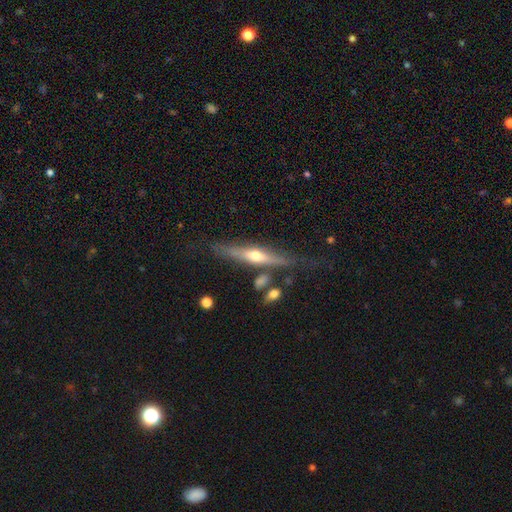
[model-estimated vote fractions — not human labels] featured or disk 64%, smooth 29%, star or artifact 6%. Down the decision tree: edge-on disk — yes (92%); edge-on bulge — rounded (87%); merging — none (73%).